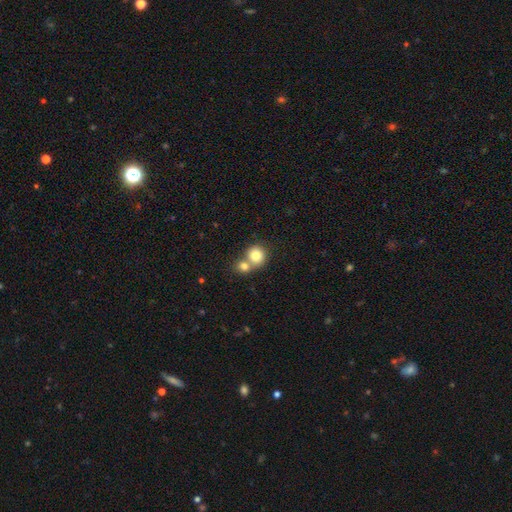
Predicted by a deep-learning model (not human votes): Q: Smooth or featured?
A: smooth (81%); runner-up: featured or disk (9%)
Q: How rounded?
A: round (86%); runner-up: in between (14%)
Q: Merging?
A: merger (52%); runner-up: none (40%)